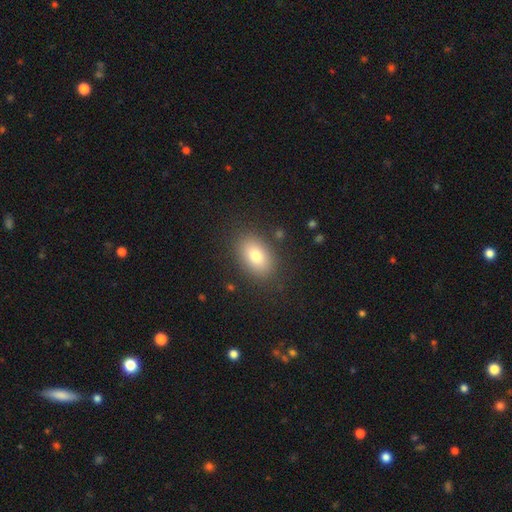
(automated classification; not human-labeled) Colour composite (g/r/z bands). It shows a smooth galaxy with no disk features (79%) that is in between round and cigar-shaped (87%). Merging: none (85%).